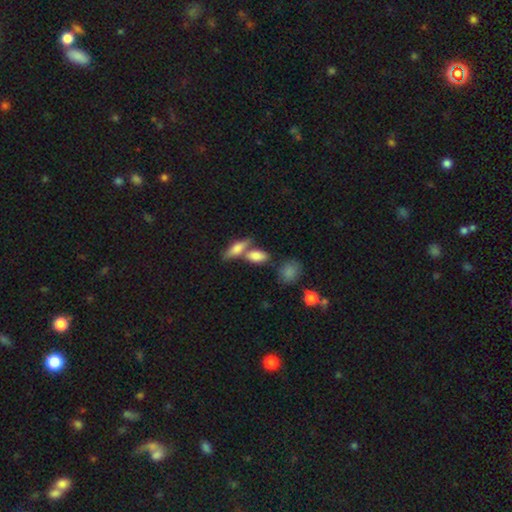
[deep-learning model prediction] A smooth galaxy with no disk features (76%) that is in between round and cigar-shaped (80%). Merging: none (46%).